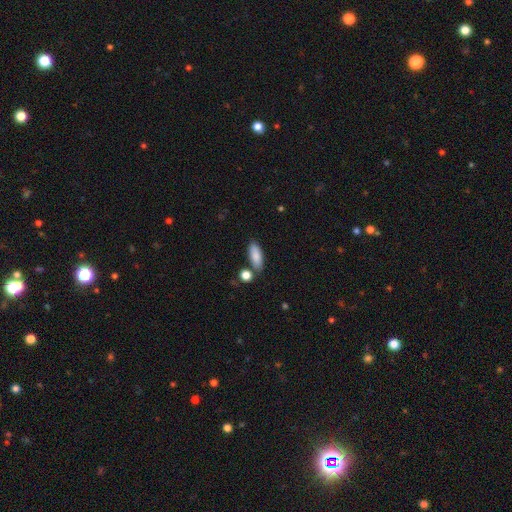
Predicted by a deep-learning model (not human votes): Q: Smooth or featured?
A: smooth (85%); runner-up: featured or disk (9%)
Q: How rounded?
A: in between (75%); runner-up: cigar-shaped (22%)
Q: Merging?
A: none (76%); runner-up: minor disturbance (12%)